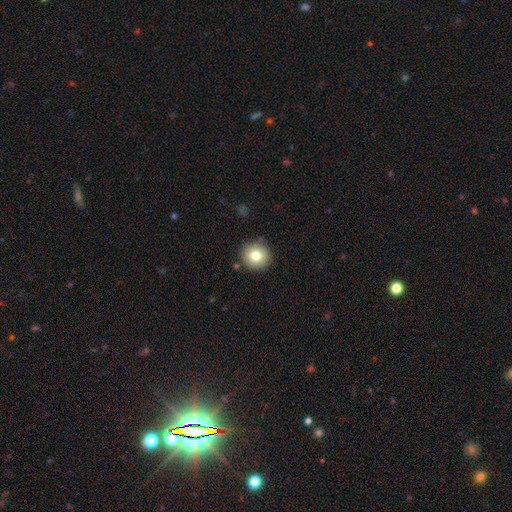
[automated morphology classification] Smooth or featured?
  - smooth: 79% *
  - featured or disk: 11%
  - star or artifact: 10%
How rounded?
  - round: 91% *
  - in between: 8%
  - cigar-shaped: 1%
Merging?
  - none: 87% *
  - minor disturbance: 8%
  - merger: 2%
  - major disturbance: 2%